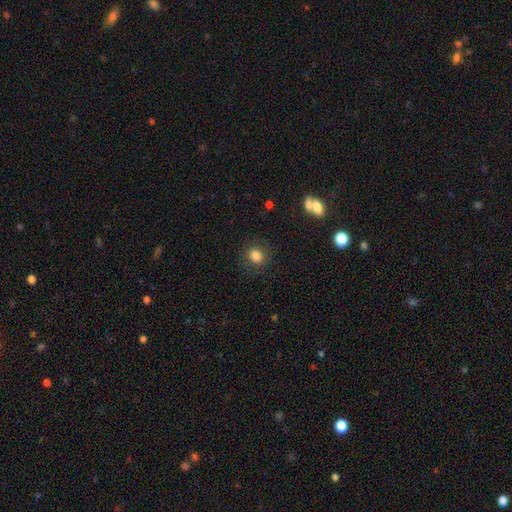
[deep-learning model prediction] This appears to be a smooth galaxy with no disk features (83%) that is round (65%). Merging: none (83%).